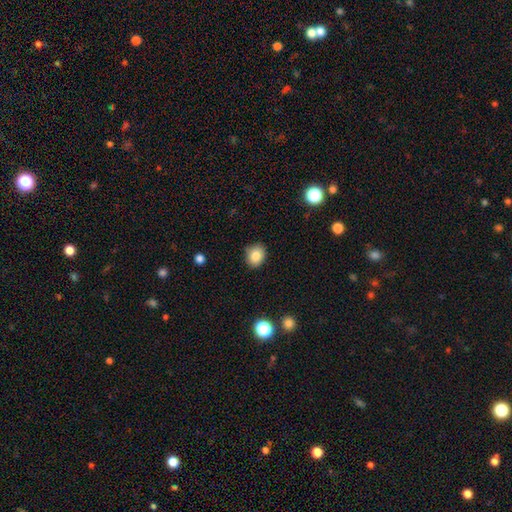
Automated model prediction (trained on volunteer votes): Overall: smooth (83%). How rounded: round (63%; in between 36%). Merging: none (85%).